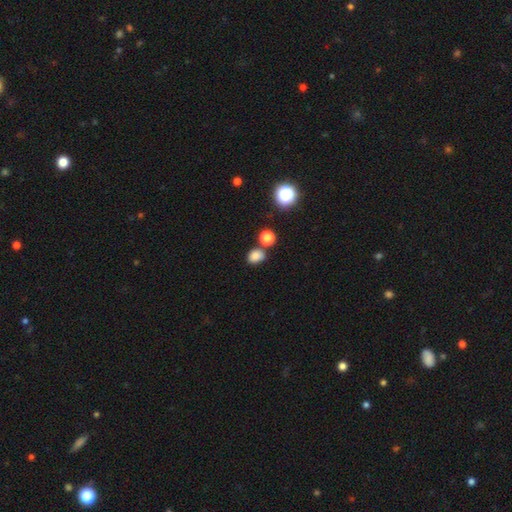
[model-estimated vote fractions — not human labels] smooth 81%, star or artifact 14%, featured or disk 5%. Down the decision tree: how rounded — in between (57%); merging — none (71%).